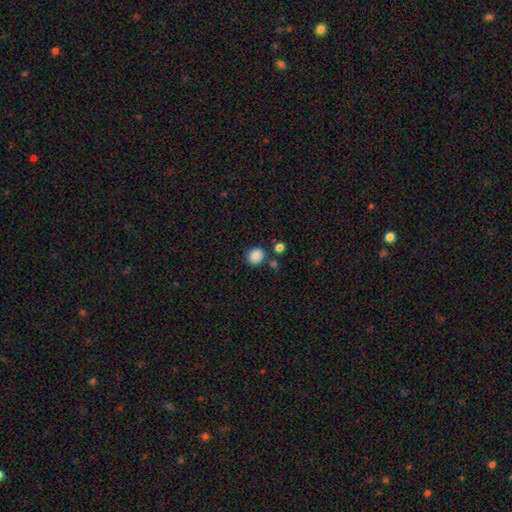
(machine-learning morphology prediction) Overall: smooth (86%). How rounded: round (79%). Merging: none (77%).